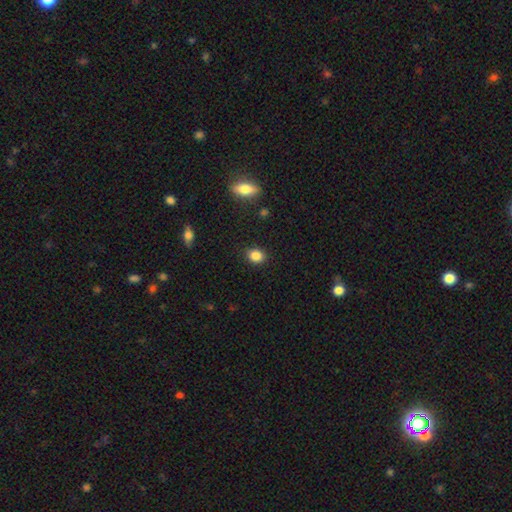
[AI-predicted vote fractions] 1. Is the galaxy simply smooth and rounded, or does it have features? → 87% smooth, 10% star or artifact, 4% featured or disk.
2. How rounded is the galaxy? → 58% round, 41% in between, 1% cigar-shaped.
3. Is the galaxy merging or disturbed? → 88% none, 8% minor disturbance, 2% major disturbance, 1% merger.